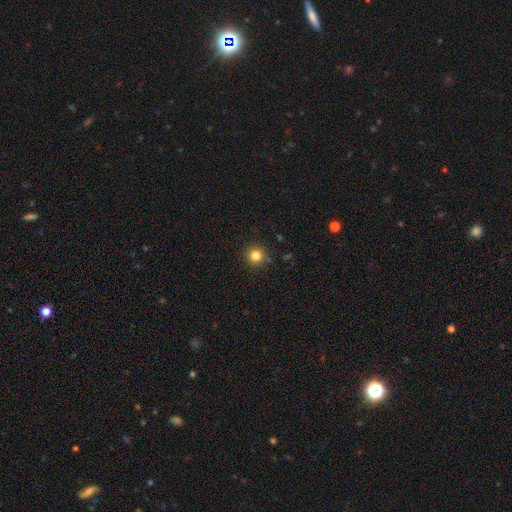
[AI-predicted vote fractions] Smooth or featured?
  - smooth: 82% *
  - star or artifact: 13%
  - featured or disk: 5%
How rounded?
  - round: 95% *
  - in between: 4%
  - cigar-shaped: 1%
Merging?
  - none: 90% *
  - minor disturbance: 7%
  - major disturbance: 2%
  - merger: 2%